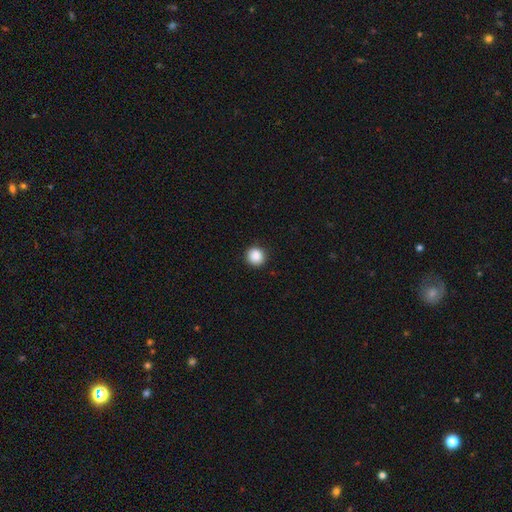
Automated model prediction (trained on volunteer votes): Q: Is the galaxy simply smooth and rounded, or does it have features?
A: smooth — 88%.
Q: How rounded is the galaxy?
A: round — 93%.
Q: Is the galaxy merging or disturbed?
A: none — 92%.